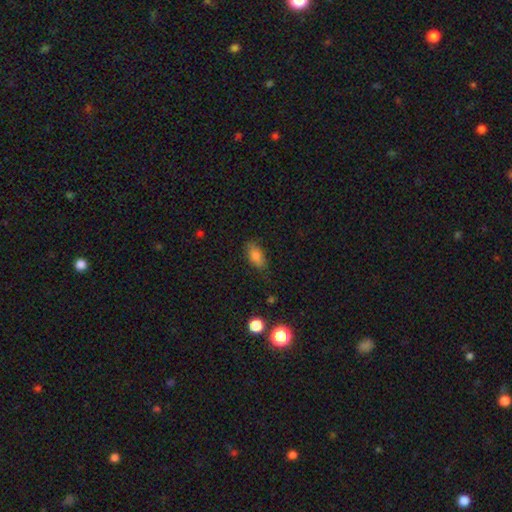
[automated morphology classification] smooth 79%, featured or disk 11%, star or artifact 10%. Down the decision tree: how rounded — in between (86%); merging — none (75%).